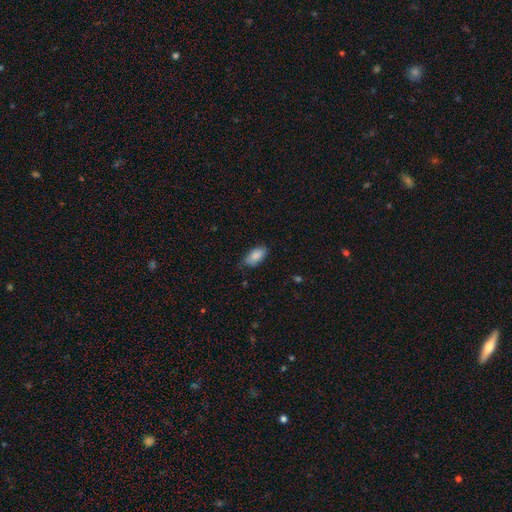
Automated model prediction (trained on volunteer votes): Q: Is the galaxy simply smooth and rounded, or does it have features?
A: smooth — 86%.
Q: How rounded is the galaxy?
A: in between — 92%.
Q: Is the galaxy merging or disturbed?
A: none — 72%.